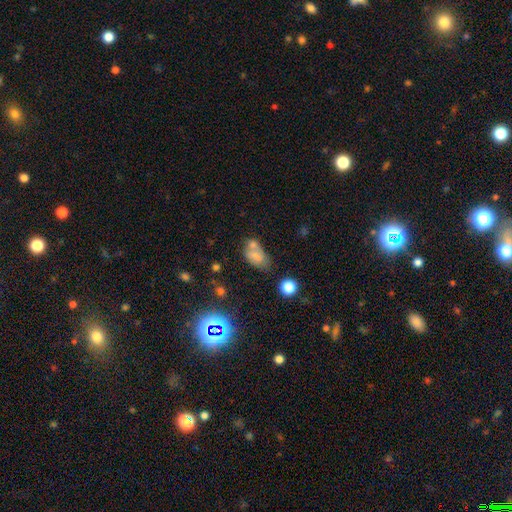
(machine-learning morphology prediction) type=smooth (64%); roundness=in between (88%); merging=merger (37%).